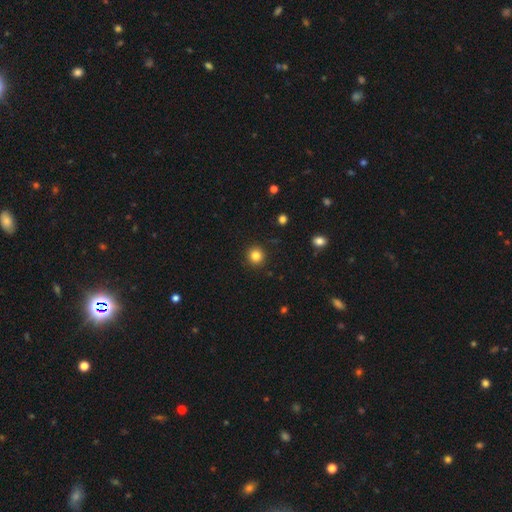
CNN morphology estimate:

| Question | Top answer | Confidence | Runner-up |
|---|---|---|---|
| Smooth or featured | smooth | 84% | star or artifact (11%) |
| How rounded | round | 93% | in between (6%) |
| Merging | none | 91% | minor disturbance (6%) |